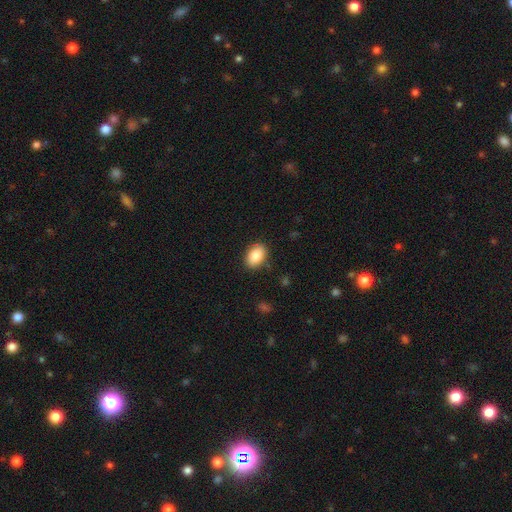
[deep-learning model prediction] Q: Smooth or featured?
A: smooth (87%); runner-up: star or artifact (7%)
Q: How rounded?
A: in between (85%); runner-up: round (14%)
Q: Merging?
A: none (87%); runner-up: minor disturbance (10%)